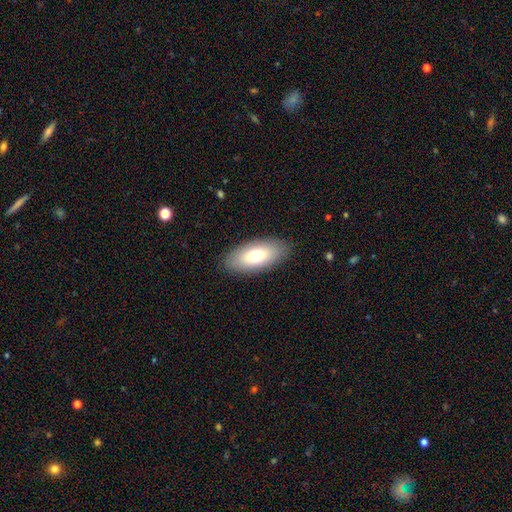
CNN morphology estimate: smooth 77%, featured or disk 17%, star or artifact 6%. Down the decision tree: how rounded — in between (89%); merging — none (87%).